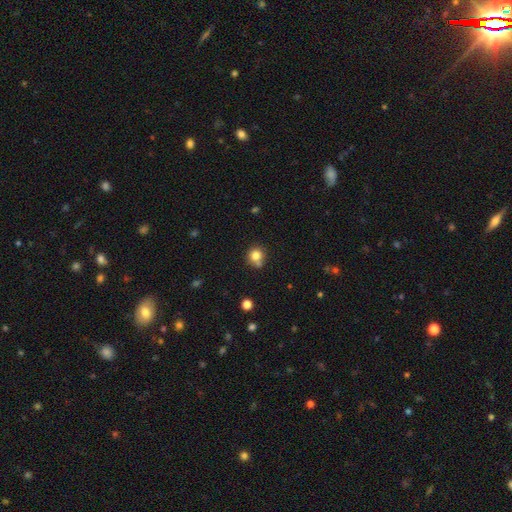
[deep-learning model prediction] This appears to be a smooth galaxy with no disk features (80%) that is round (87%). Merging: none (65%).